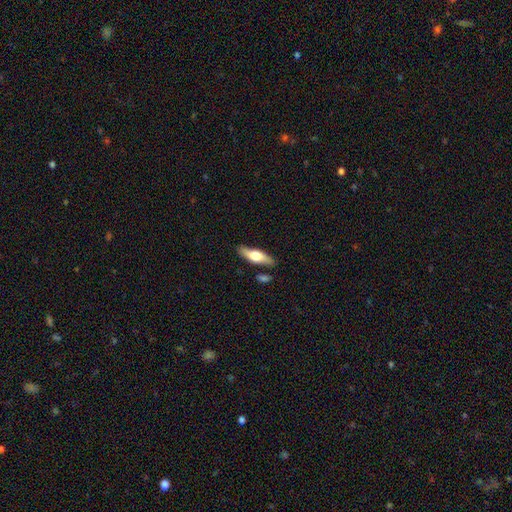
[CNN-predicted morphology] The model was most divided on "smooth or featured": smooth: 49%, featured or disk: 45%, star or artifact: 6%. More confident: merging — none (79%).